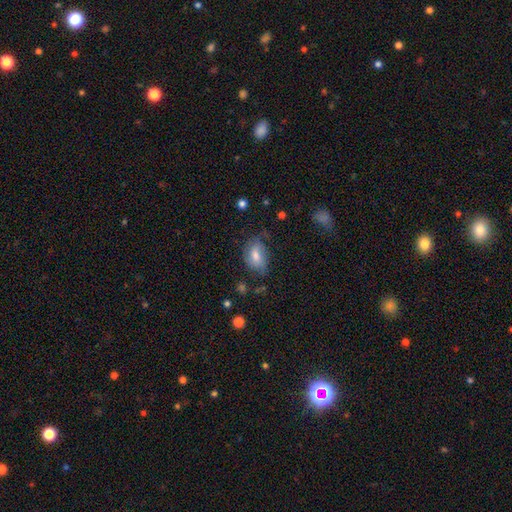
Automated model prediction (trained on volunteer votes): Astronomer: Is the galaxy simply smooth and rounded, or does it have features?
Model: smooth — 64%.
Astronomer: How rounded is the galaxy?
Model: in between — 83%.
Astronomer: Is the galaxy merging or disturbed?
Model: none — 56%.